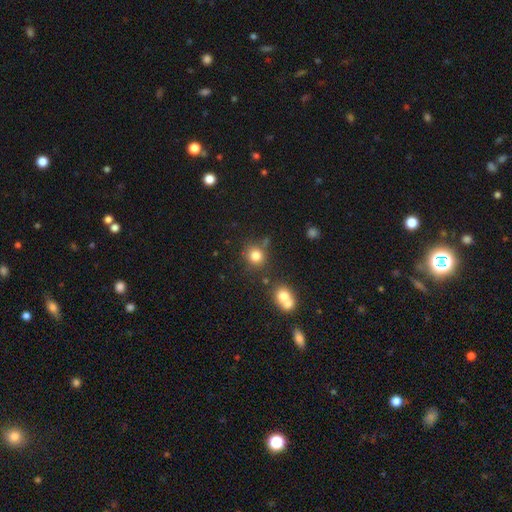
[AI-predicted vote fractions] A smooth galaxy with no disk features (80%) that is round (85%). Merging: none (74%).